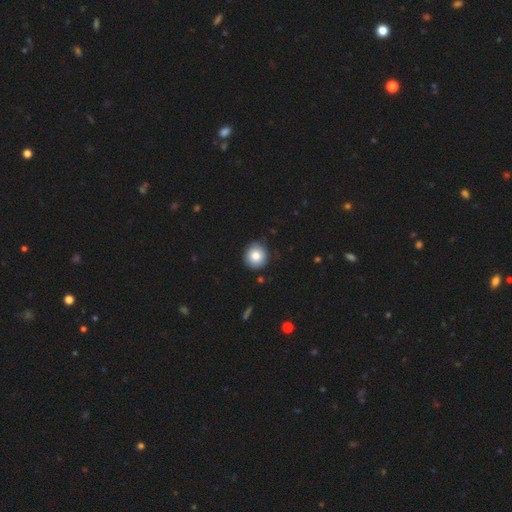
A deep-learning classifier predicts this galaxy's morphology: smooth-or-featured: smooth: 79% | featured or disk: 11% | star or artifact: 10%
  how-rounded: round: 92% | in between: 7% | cigar-shaped: 1%
  merging: none: 87% | minor disturbance: 9% | major disturbance: 2% | merger: 1%